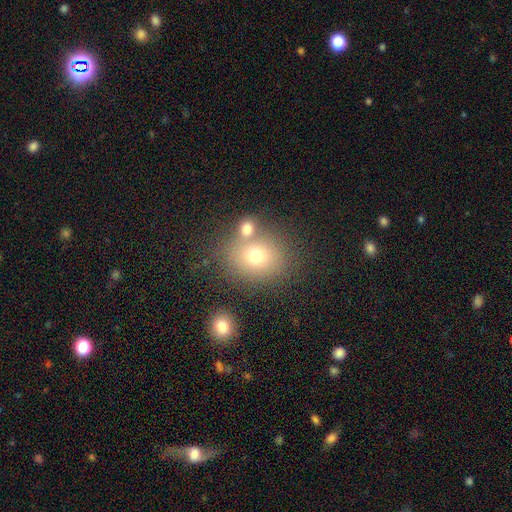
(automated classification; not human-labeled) Smooth or featured? Predicted: smooth (p=0.72). How rounded? Predicted: round (p=0.69). Merging? Predicted: none (p=0.61).